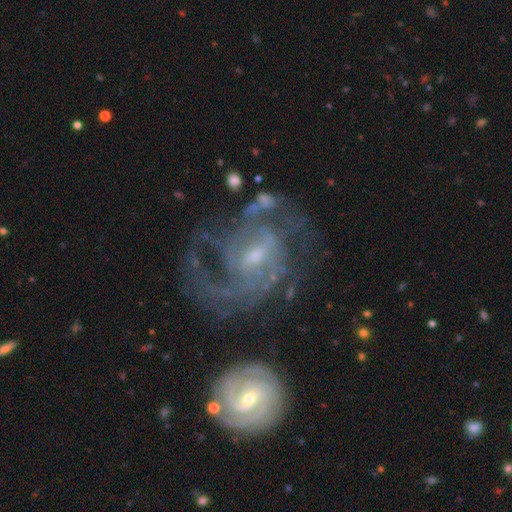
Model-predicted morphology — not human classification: Smooth or featured? featured or disk (86%)
Edge-on disk? no (97%)
Bar? weak (54%)
Spiral arms? yes (93%)
Spiral winding? medium (45%)
Spiral arm count? 2 (39%)
Bulge size? small (57%)
Merging? none (48%)